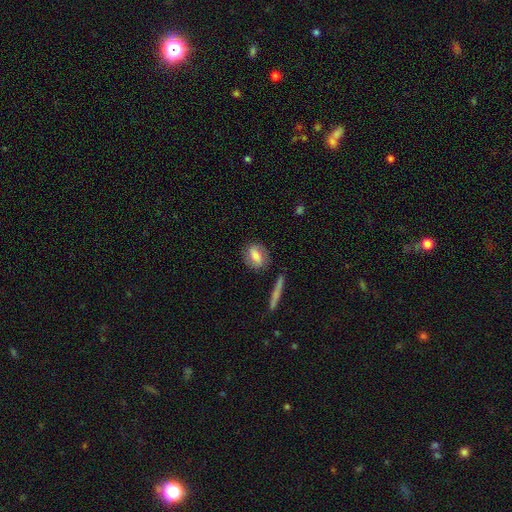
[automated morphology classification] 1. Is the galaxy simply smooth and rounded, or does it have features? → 63% smooth, 29% featured or disk, 7% star or artifact.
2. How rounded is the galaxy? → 61% in between, 32% round, 8% cigar-shaped.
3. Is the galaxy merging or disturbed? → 78% none, 14% minor disturbance, 4% major disturbance, 4% merger.